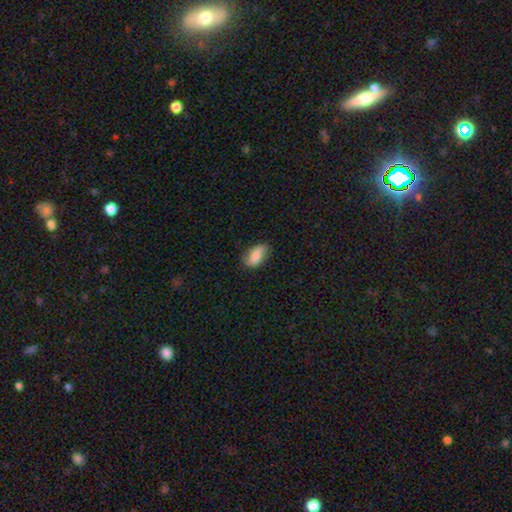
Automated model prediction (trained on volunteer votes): This is likely a smooth galaxy (79%). How rounded: clearly in between (91%). Merging: likely none (77%).